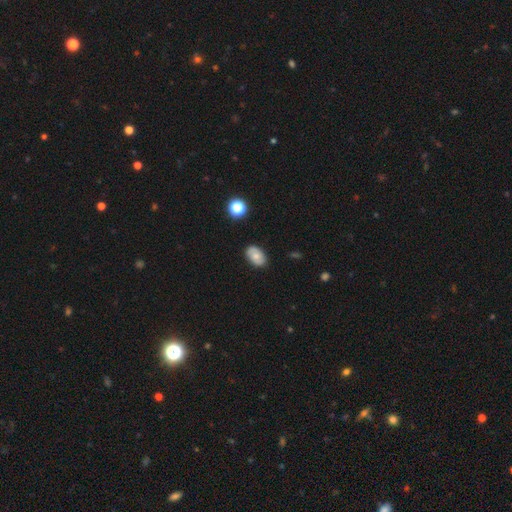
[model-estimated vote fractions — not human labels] Smooth or featured? smooth (65%)
How rounded? in between (87%)
Merging? none (83%)